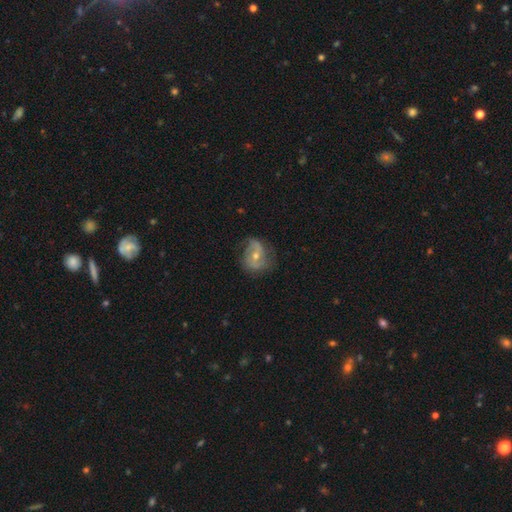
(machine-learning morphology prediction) Q: Smooth or featured?
A: featured or disk (70%); runner-up: smooth (19%)
Q: Edge-on disk?
A: no (97%); runner-up: yes (3%)
Q: Bar?
A: no (58%); runner-up: weak (32%)
Q: Spiral arms?
A: yes (87%); runner-up: no (13%)
Q: Spiral winding?
A: medium (42%); runner-up: loose (32%)
Q: Spiral arm count?
A: 2 (59%); runner-up: can't tell (19%)
Q: Bulge size?
A: moderate (51%); runner-up: small (45%)
Q: Merging?
A: none (63%); runner-up: minor disturbance (23%)